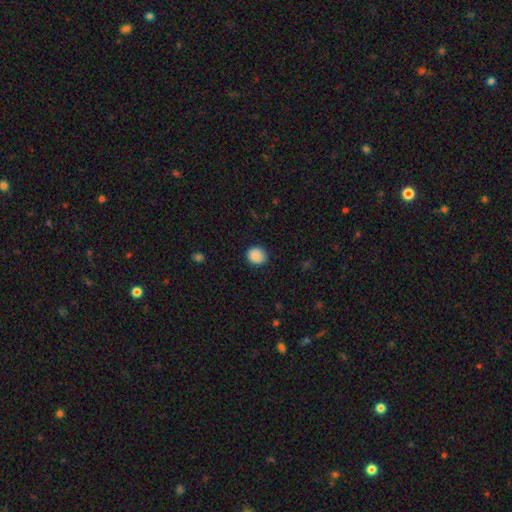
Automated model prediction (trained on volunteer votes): Smooth or featured: smooth — 88% (star or artifact — 8%)
How rounded: round — 75% (in between — 24%)
Merging: none — 84% (minor disturbance — 12%)